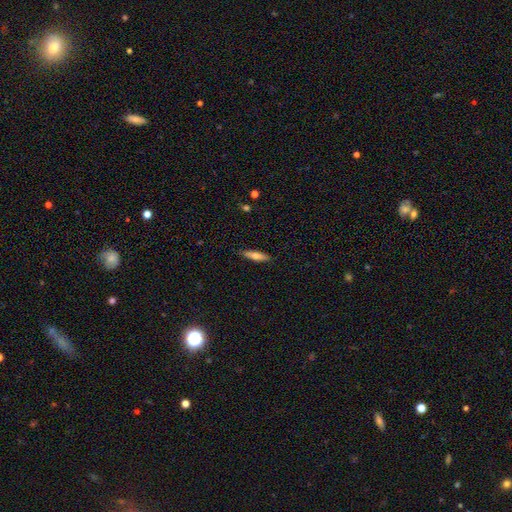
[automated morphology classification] A smooth galaxy with no disk features (63%) that is cigar-shaped (70%). Merging: none (89%).